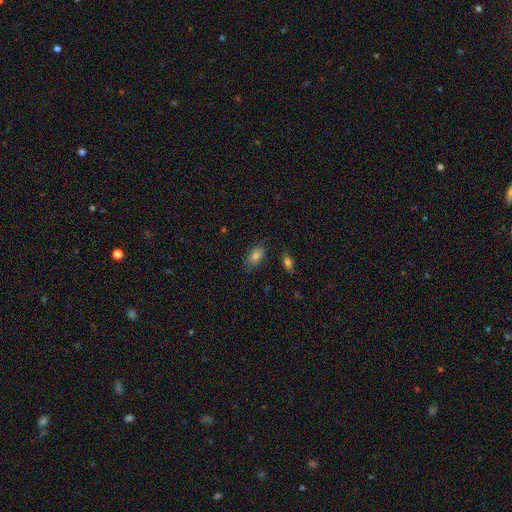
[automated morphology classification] This is likely a smooth galaxy (78%). How rounded: clearly in between (90%). Merging: likely none (80%).